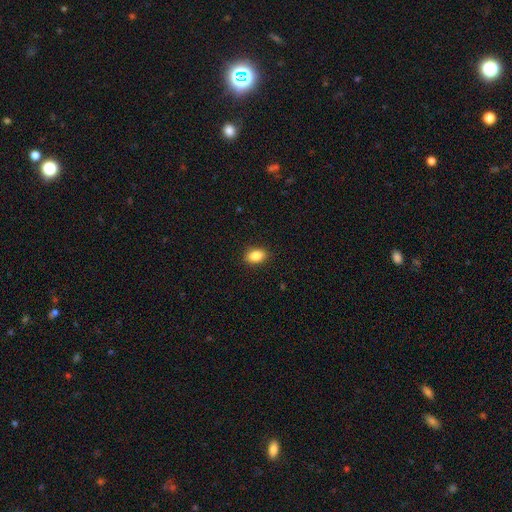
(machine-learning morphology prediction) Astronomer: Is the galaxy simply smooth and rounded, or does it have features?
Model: smooth — 88%.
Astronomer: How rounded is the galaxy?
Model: in between — 87%.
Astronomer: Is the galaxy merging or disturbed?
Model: none — 89%.